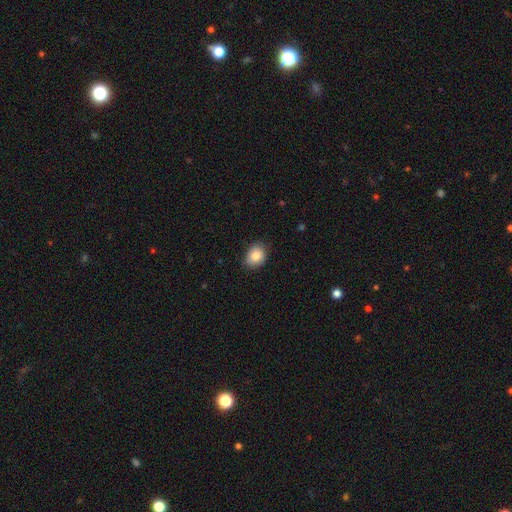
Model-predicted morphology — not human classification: Smooth or featured?
  - smooth: 84% *
  - star or artifact: 8%
  - featured or disk: 7%
How rounded?
  - in between: 59% *
  - round: 40%
  - cigar-shaped: 1%
Merging?
  - none: 79% *
  - minor disturbance: 17%
  - major disturbance: 3%
  - merger: 1%